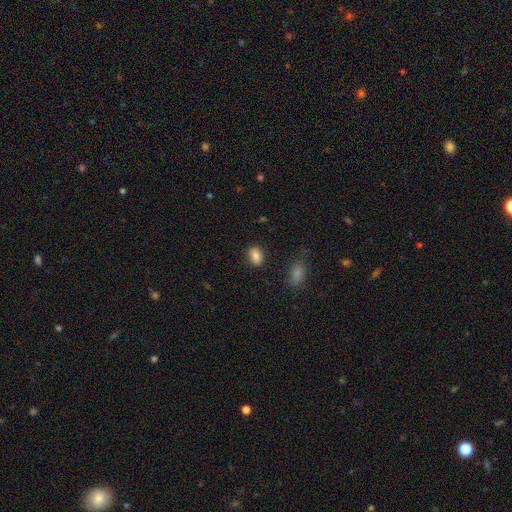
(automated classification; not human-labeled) A smooth galaxy with no disk features (84%) that is in between round and cigar-shaped (74%).

Vote fractions:
- Smooth or featured? smooth: 84% / star or artifact: 9% / featured or disk: 7%
- How rounded? in between: 74% / round: 25% / cigar-shaped: 1%
- Merging? none: 86% / minor disturbance: 10% / major disturbance: 3% / merger: 2%